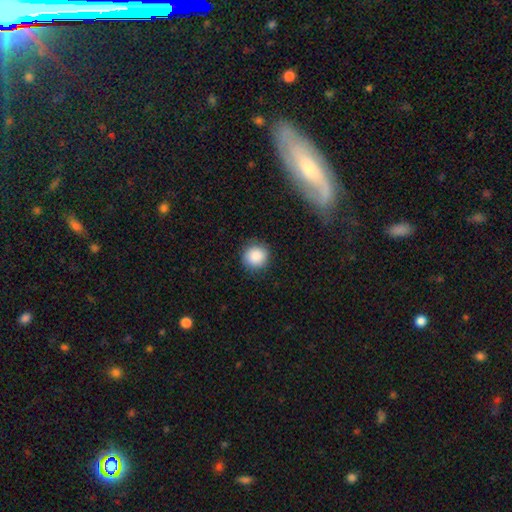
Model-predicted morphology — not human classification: Smooth or featured? smooth (86%)
How rounded? round (92%)
Merging? none (88%)